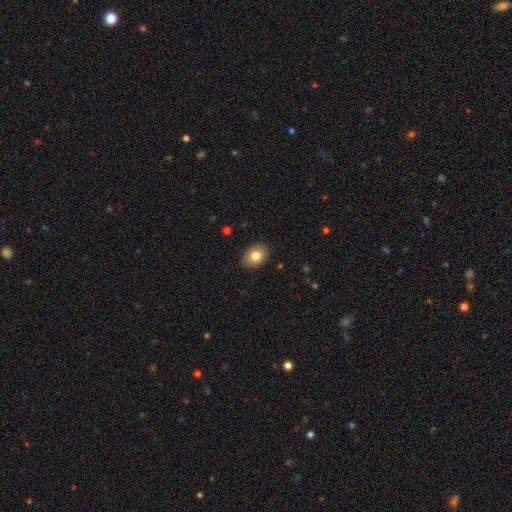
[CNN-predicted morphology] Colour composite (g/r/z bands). It shows a smooth galaxy with no disk features (82%) that is in between round and cigar-shaped (67%). Merging: none (89%).